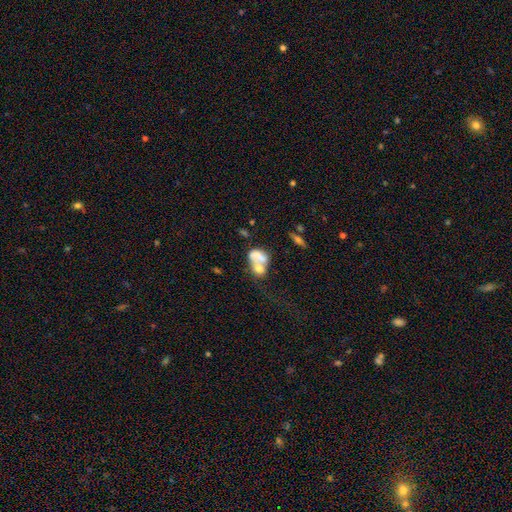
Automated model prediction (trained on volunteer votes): smooth_or_featured: smooth (p=0.50) [alt: featured or disk p=0.38]
how_rounded: in between (p=0.67) [alt: round p=0.30]
merging: merger (p=0.65) [alt: none p=0.16]